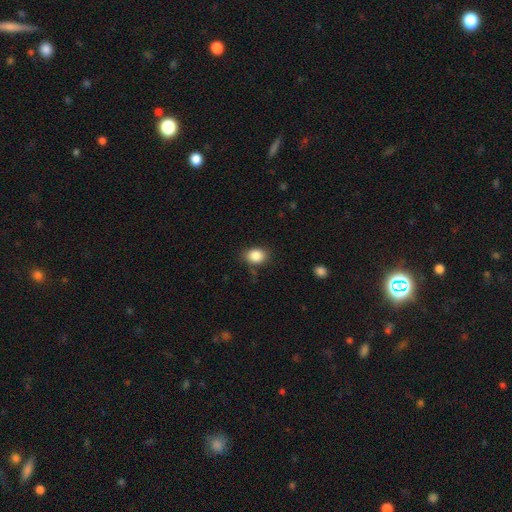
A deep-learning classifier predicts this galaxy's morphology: smooth_or_featured: smooth (p=0.87) [alt: star or artifact p=0.09]
how_rounded: in between (p=0.56) [alt: round p=0.43]
merging: none (p=0.79) [alt: minor disturbance p=0.15]